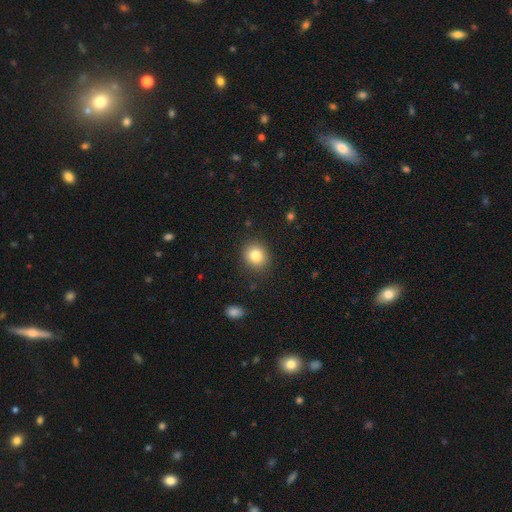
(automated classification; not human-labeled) Smooth or featured? smooth (82%)
How rounded? round (77%)
Merging? none (88%)